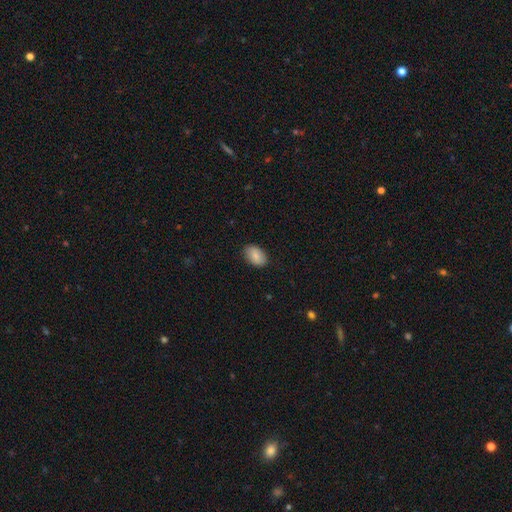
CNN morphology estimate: Overall: smooth (85%). How rounded: in between (90%). Merging: none (86%).